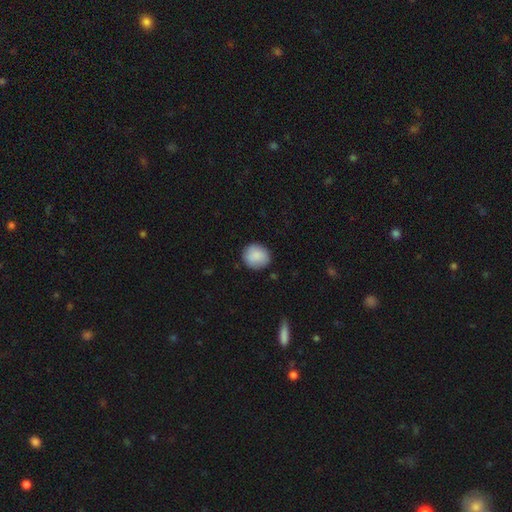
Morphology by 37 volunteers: smooth 95%, star or artifact 5%, featured or disk 0%. Down the decision tree: how rounded — round (91%); merging — none (89%).